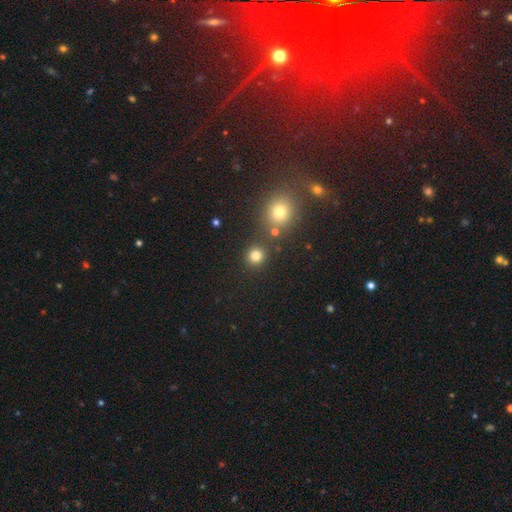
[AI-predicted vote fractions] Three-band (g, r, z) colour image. It shows a smooth galaxy with no disk features (79%) that is round (89%). Merging: none (83%).